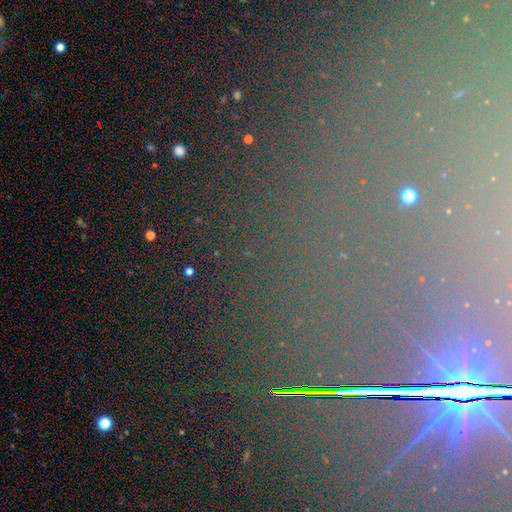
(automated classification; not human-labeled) smooth-or-featured: star or artifact: 81% | smooth: 10% | featured or disk: 9%